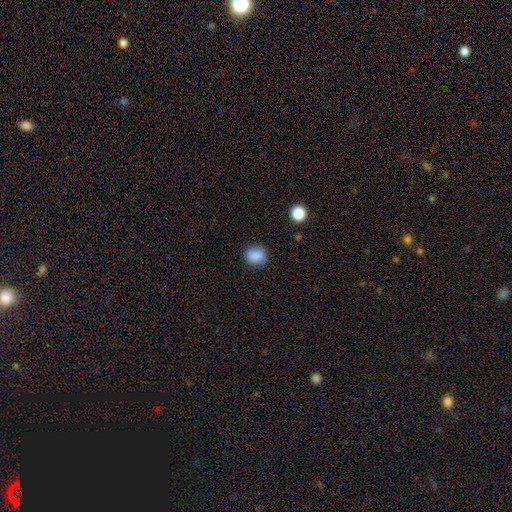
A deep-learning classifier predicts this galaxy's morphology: Smooth or featured: smooth — 87% (star or artifact — 9%)
How rounded: round — 68% (in between — 31%)
Merging: none — 84% (minor disturbance — 12%)